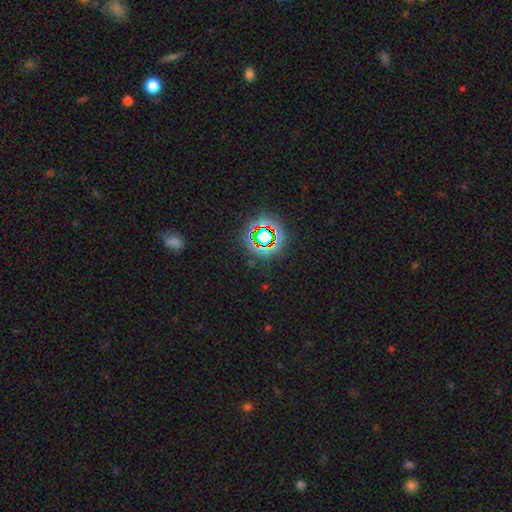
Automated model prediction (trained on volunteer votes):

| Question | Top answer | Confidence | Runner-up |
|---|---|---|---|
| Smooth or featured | star or artifact | 73% | smooth (15%) |